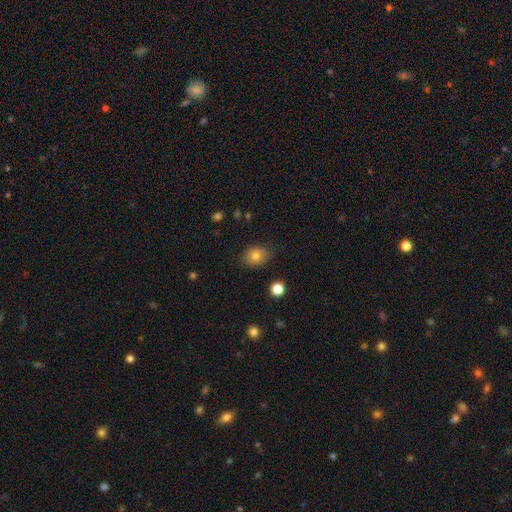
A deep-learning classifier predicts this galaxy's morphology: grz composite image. It shows a smooth galaxy with no disk features (80%) that is in between round and cigar-shaped (59%). Merging: none (84%).